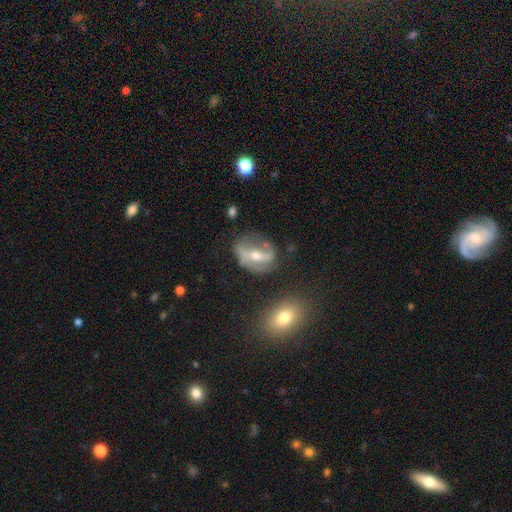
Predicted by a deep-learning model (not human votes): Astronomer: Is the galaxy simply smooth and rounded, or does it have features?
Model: featured or disk — 70%.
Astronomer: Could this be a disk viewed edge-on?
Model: no — 90%.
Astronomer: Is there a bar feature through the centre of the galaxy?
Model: strong — 51% (runner-up: weak, 28%).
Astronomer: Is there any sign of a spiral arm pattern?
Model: yes — 63%.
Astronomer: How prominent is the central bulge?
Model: moderate — 56% (runner-up: small, 39%).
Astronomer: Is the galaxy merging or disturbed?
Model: none — 55%.